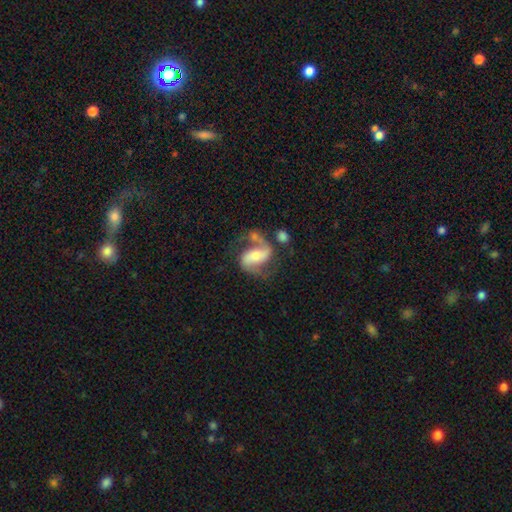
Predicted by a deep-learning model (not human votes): Overall: featured or disk (81%). Edge-on disk: no (97%). Bar: strong (39%; weak 34%). Spiral arms: yes (94%). Spiral arm count: 2 (87%). Spiral winding: medium (47%; loose 40%). Bulge size: moderate (47%; small 39%). Merging: none (52%; minor disturbance 17%).